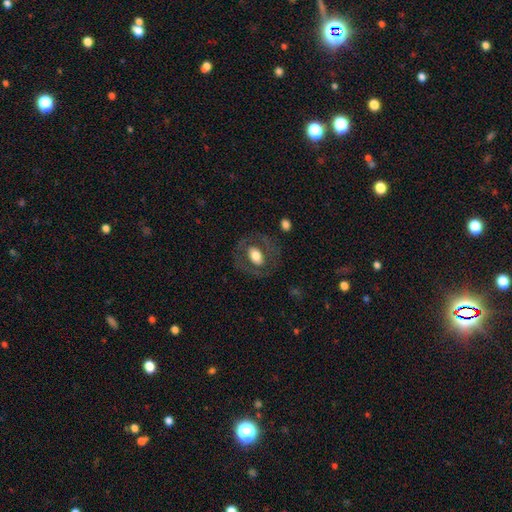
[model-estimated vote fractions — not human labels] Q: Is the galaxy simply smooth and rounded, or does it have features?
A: smooth — 54%.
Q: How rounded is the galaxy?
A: in between — 71%.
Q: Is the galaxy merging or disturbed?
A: none — 77%.